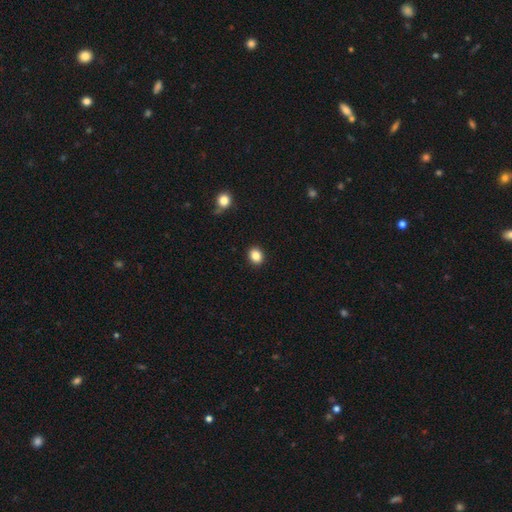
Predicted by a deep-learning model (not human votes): Morphology: type=smooth (85%); roundness=round (62%); merging=none (91%).